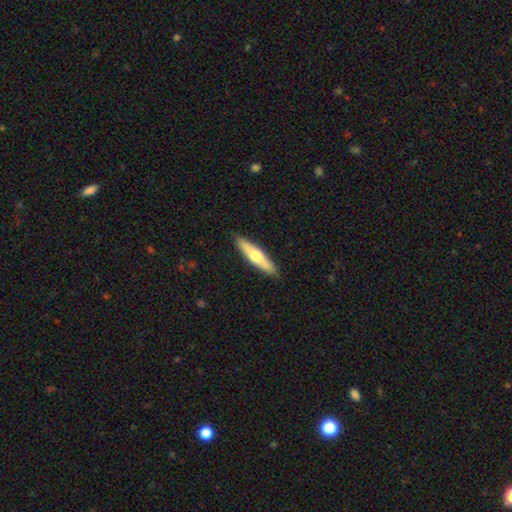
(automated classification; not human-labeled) The model was most divided on "smooth or featured": smooth: 53%, featured or disk: 42%, star or artifact: 5%. More confident: merging — none (90%); how rounded — cigar-shaped (77%).